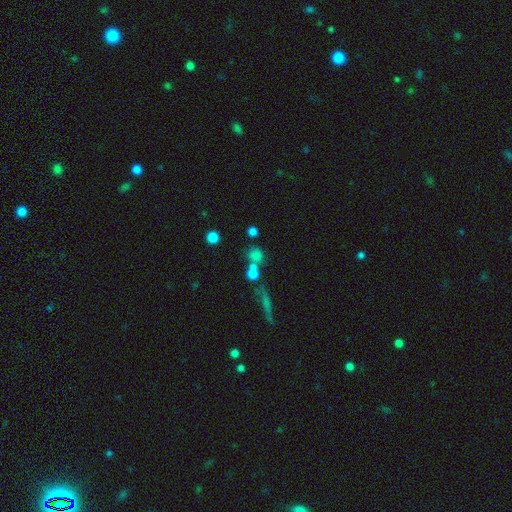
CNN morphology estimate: This appears to be a smooth galaxy with no disk features (70%) that is round (74%). Merging: none (45%).